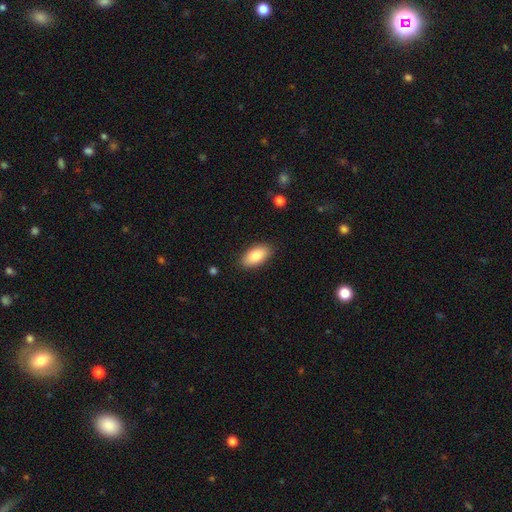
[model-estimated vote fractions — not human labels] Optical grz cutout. It shows a smooth galaxy with no disk features (82%) that is in between round and cigar-shaped (92%). Merging: none (87%).